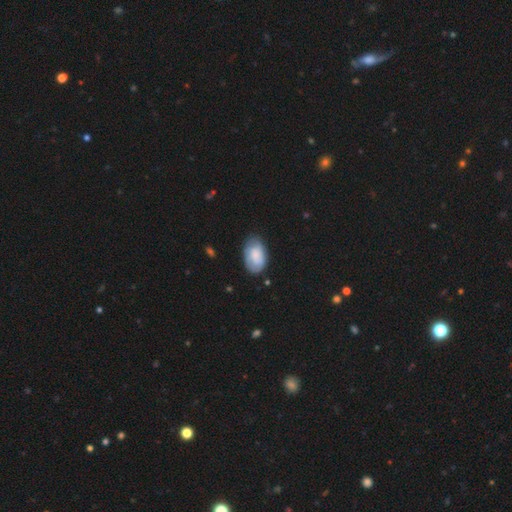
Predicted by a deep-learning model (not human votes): A smooth galaxy with no disk features (71%) that is in between round and cigar-shaped (91%).

Vote fractions:
- Smooth or featured? smooth: 71% / featured or disk: 23% / star or artifact: 6%
- How rounded? in between: 91% / round: 7% / cigar-shaped: 1%
- Merging? none: 70% / minor disturbance: 23% / major disturbance: 5% / merger: 2%